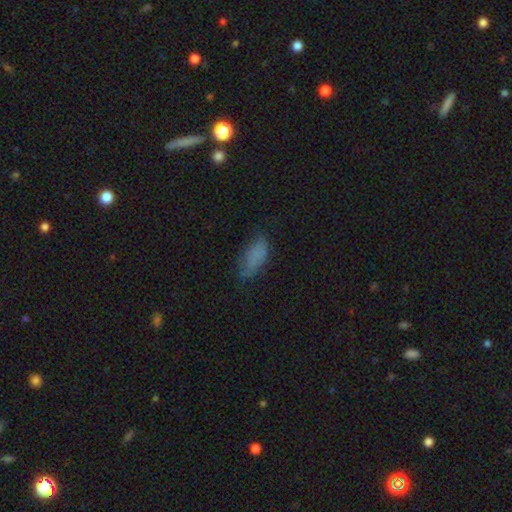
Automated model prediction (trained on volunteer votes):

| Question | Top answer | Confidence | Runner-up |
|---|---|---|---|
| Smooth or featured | smooth | 74% | featured or disk (13%) |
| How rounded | in between | 83% | cigar-shaped (14%) |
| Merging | none | 56% | minor disturbance (29%) |